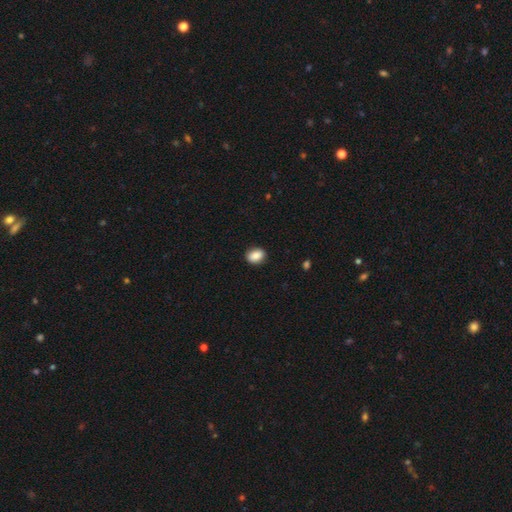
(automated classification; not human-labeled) smooth 88%, star or artifact 8%, featured or disk 5%. Down the decision tree: how rounded — in between (65%); merging — none (89%).